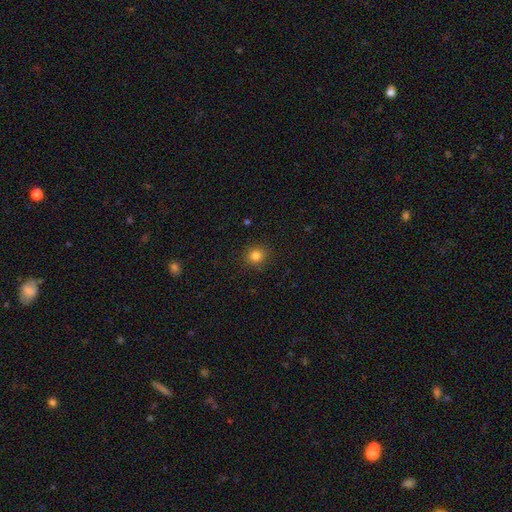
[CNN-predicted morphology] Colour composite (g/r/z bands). It shows a smooth galaxy with no disk features (82%) that is round (87%). Merging: none (89%).